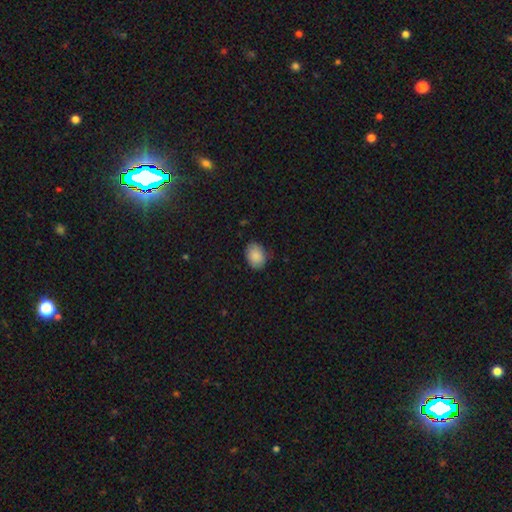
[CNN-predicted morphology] smooth_or_featured: smooth (p=0.88) [alt: star or artifact p=0.07]
how_rounded: in between (p=0.69) [alt: round p=0.30]
merging: none (p=0.78) [alt: minor disturbance p=0.17]